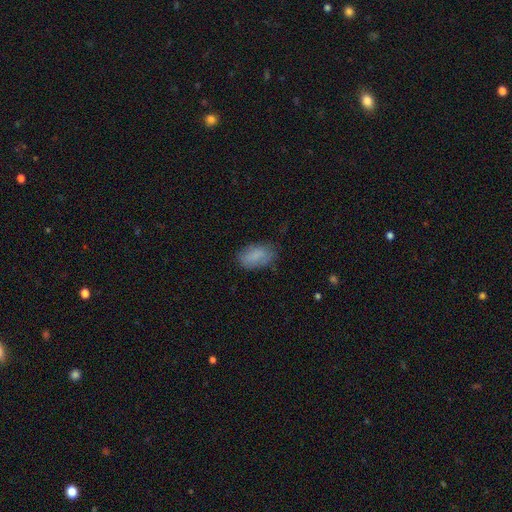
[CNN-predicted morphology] A smooth galaxy with no disk features (80%) that is in between round and cigar-shaped (92%).

Vote fractions:
- Smooth or featured? smooth: 80% / featured or disk: 12% / star or artifact: 8%
- How rounded? in between: 92% / round: 5% / cigar-shaped: 2%
- Merging? none: 72% / minor disturbance: 21% / major disturbance: 5% / merger: 1%